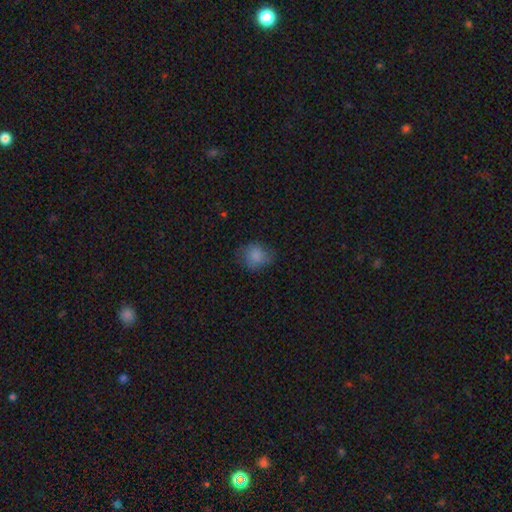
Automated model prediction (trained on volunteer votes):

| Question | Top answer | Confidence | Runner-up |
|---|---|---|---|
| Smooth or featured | smooth | 81% | star or artifact (10%) |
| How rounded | round | 69% | in between (30%) |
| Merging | none | 67% | minor disturbance (23%) |